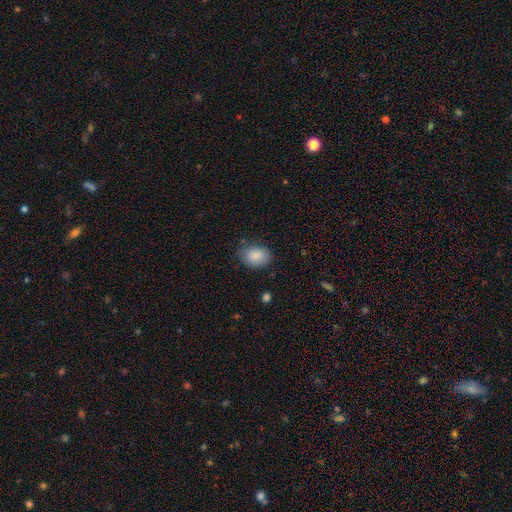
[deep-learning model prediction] Smooth or featured: smooth — 85% (star or artifact — 7%)
How rounded: in between — 71% (round — 28%)
Merging: none — 72% (minor disturbance — 21%)